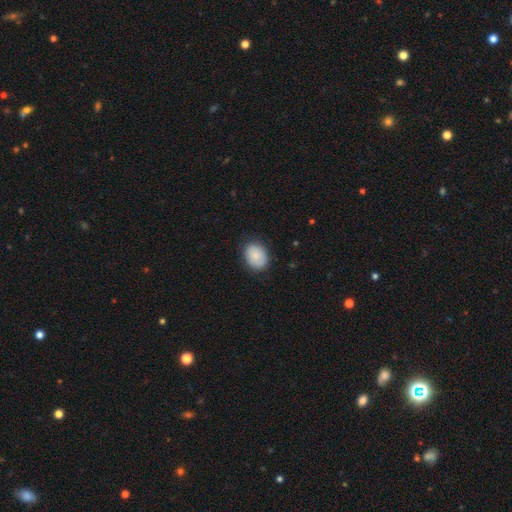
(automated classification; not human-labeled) smooth 84%, featured or disk 9%, star or artifact 7%. Down the decision tree: how rounded — in between (65%); merging — none (84%).